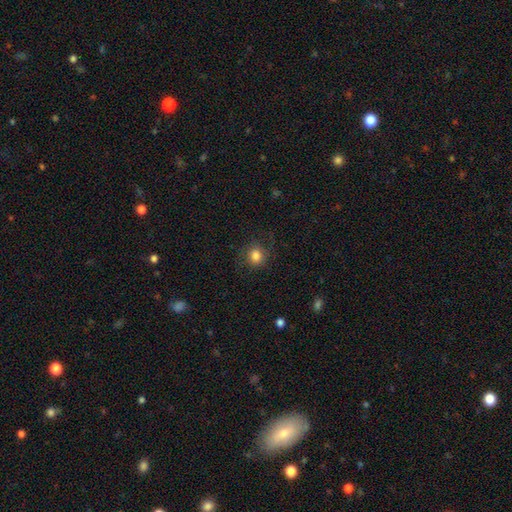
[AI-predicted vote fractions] Smooth or featured: smooth — 82% (star or artifact — 10%)
How rounded: round — 84% (in between — 15%)
Merging: none — 80% (minor disturbance — 13%)